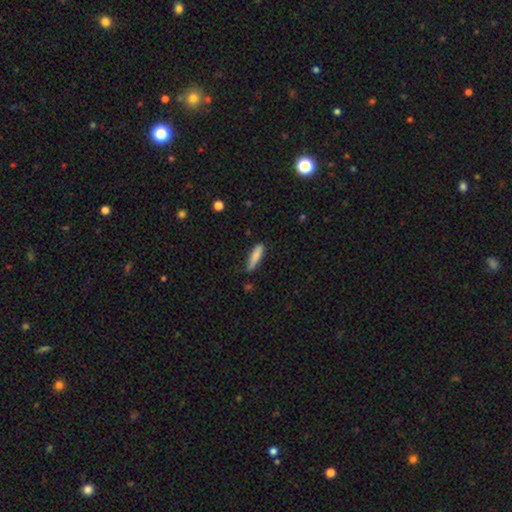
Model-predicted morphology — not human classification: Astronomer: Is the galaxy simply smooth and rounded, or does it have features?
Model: smooth — 83%.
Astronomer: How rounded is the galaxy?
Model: cigar-shaped — 76%.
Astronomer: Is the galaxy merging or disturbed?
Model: none — 72%.